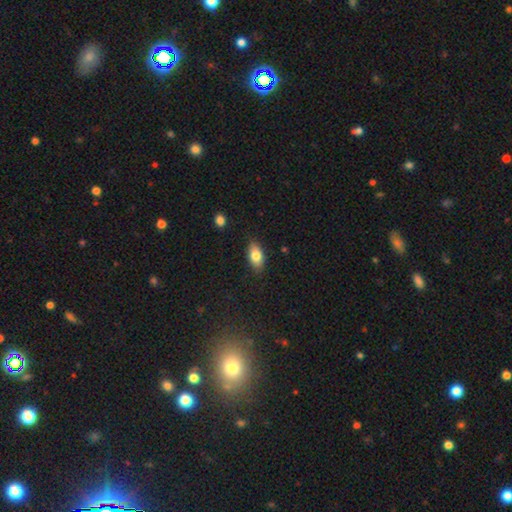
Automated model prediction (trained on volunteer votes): Smooth or featured: smooth — 79% (featured or disk — 13%)
How rounded: in between — 90% (cigar-shaped — 5%)
Merging: none — 84% (minor disturbance — 12%)